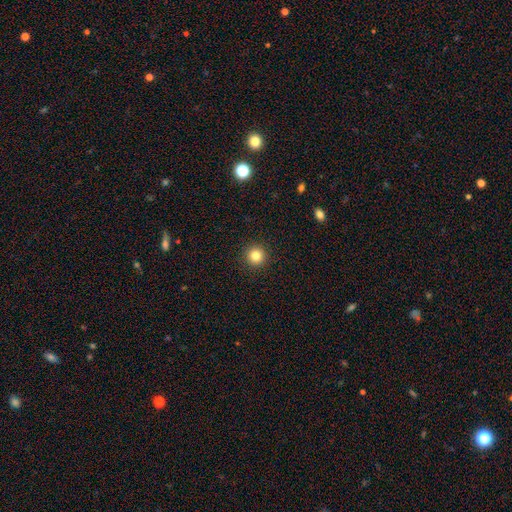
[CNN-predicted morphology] type=smooth (83%); roundness=round (96%); merging=none (93%).